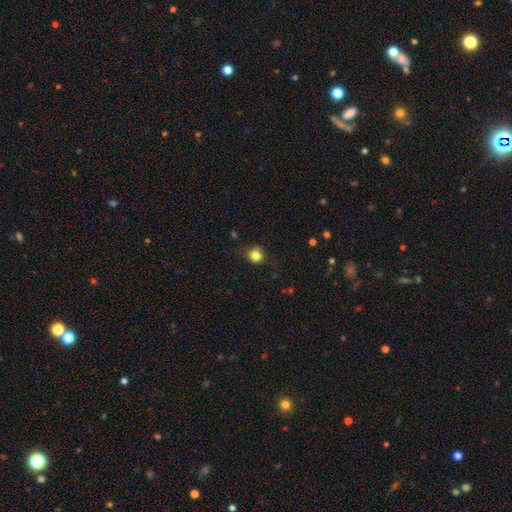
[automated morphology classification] This appears to be a smooth galaxy with no disk features (82%) that is round (83%). Merging: none (73%).